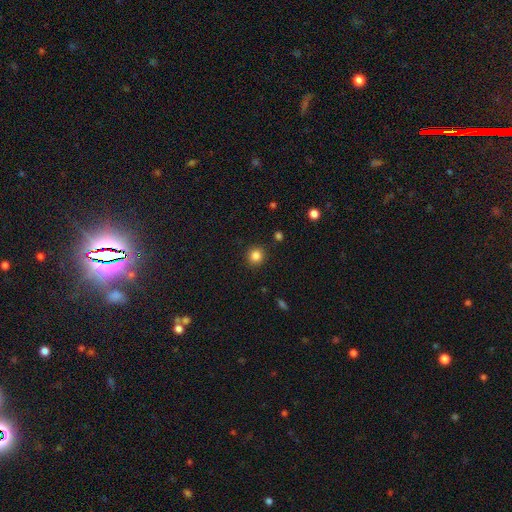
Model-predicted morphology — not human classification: smooth_or_featured: smooth (p=0.84) [alt: star or artifact p=0.11]
how_rounded: round (p=0.90) [alt: in between p=0.09]
merging: none (p=0.90) [alt: minor disturbance p=0.06]